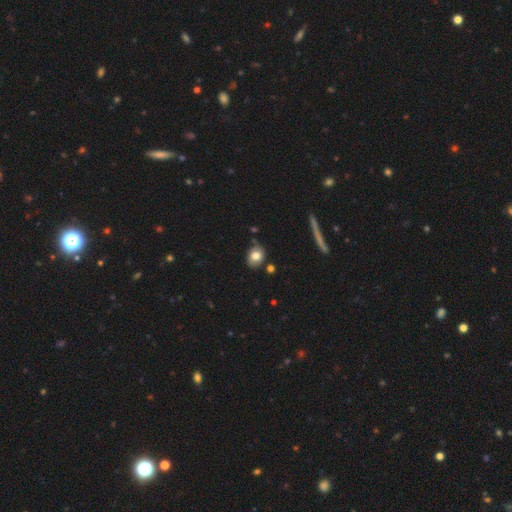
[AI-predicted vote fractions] Smooth or featured? smooth (73%)
How rounded? in between (57%)
Merging? none (71%)